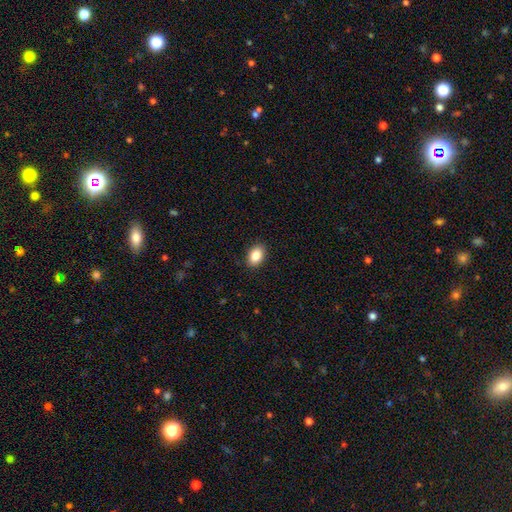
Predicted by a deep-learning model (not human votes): Smooth or featured?
  - smooth: 86% *
  - star or artifact: 8%
  - featured or disk: 6%
How rounded?
  - in between: 84% *
  - round: 14%
  - cigar-shaped: 1%
Merging?
  - none: 90% *
  - minor disturbance: 7%
  - major disturbance: 2%
  - merger: 1%